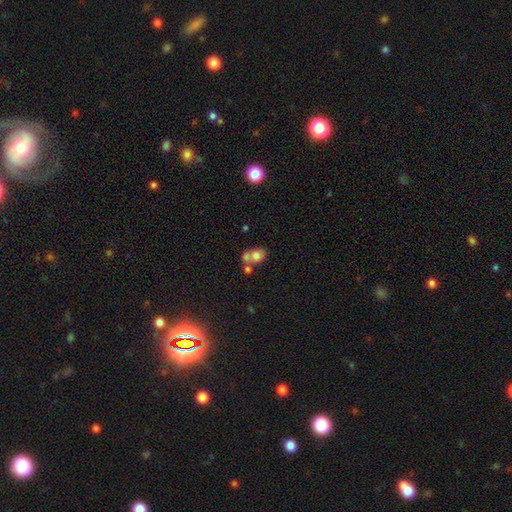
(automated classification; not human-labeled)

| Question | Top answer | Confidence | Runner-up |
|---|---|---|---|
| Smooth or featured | smooth | 71% | featured or disk (18%) |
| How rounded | in between | 52% | round (46%) |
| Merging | merger | 53% | none (30%) |